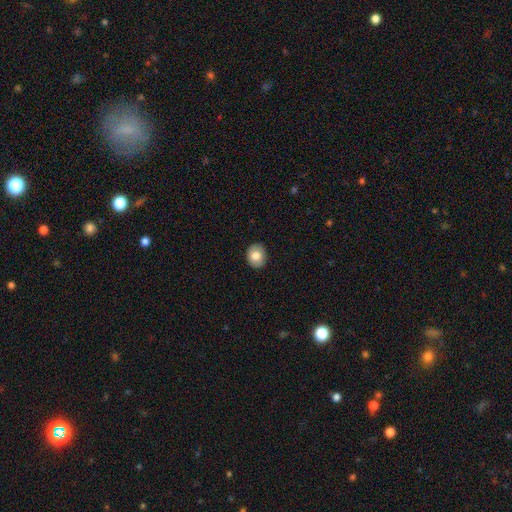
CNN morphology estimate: smooth-or-featured: smooth: 79% | featured or disk: 14% | star or artifact: 8%
  how-rounded: round: 57% | in between: 42% | cigar-shaped: 1%
  merging: none: 88% | minor disturbance: 9% | major disturbance: 2% | merger: 1%